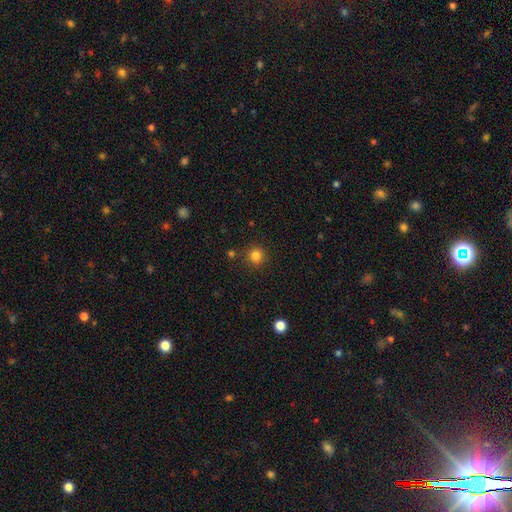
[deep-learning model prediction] A smooth galaxy with no disk features (82%) that is round (88%). Merging: none (85%).